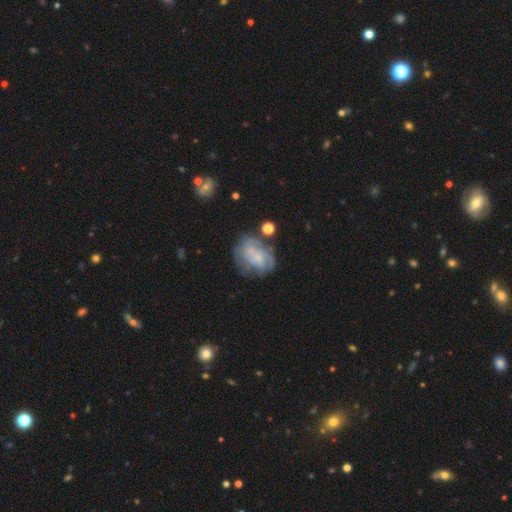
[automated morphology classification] A featured or disk galaxy (64%) with no bar (71%), spiral arms (76%) and a small central bulge (62%). Merging: none (52%).